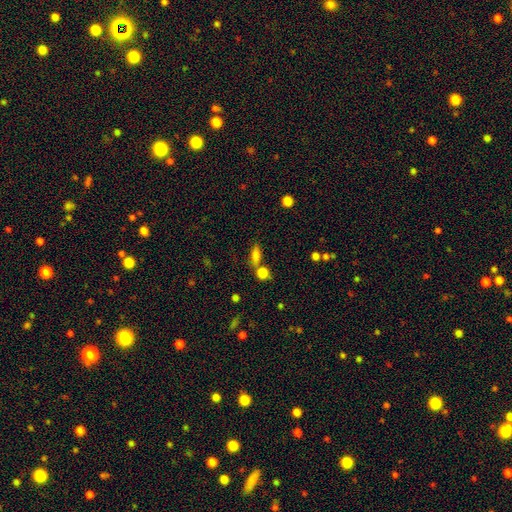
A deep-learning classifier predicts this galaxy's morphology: A smooth galaxy with no disk features (77%) that is in between round and cigar-shaped (64%). Merging: none (58%).